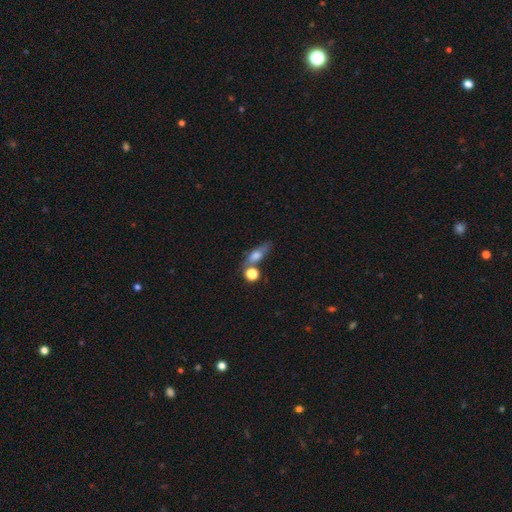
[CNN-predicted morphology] type=smooth (68%); roundness=in between (54%); merging=none (48%).